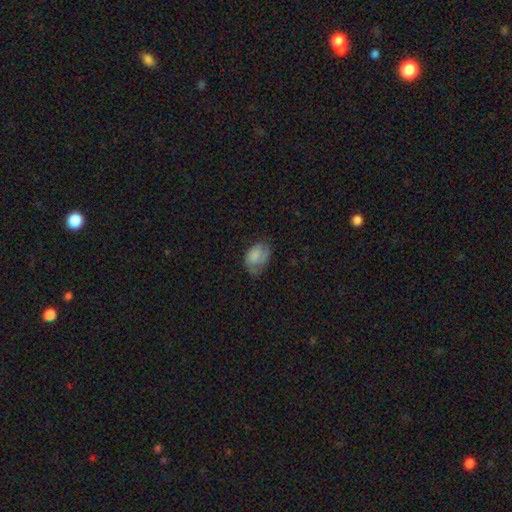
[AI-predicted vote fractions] Smooth or featured? Predicted: smooth (p=0.70). How rounded? Predicted: in between (p=0.83). Merging? Predicted: none (p=0.44).